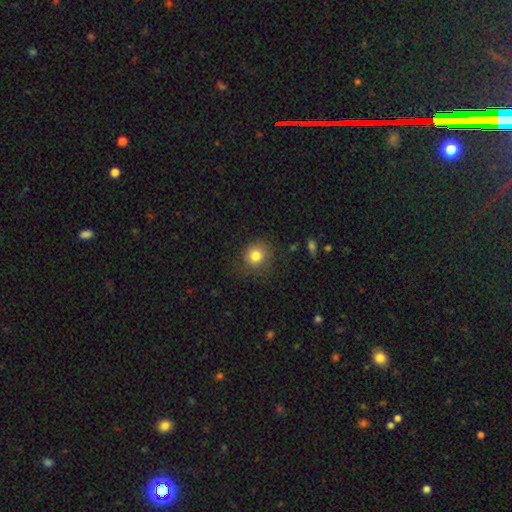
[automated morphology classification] Smooth or featured? Predicted: smooth (p=0.82). How rounded? Predicted: round (p=0.85). Merging? Predicted: none (p=0.78).